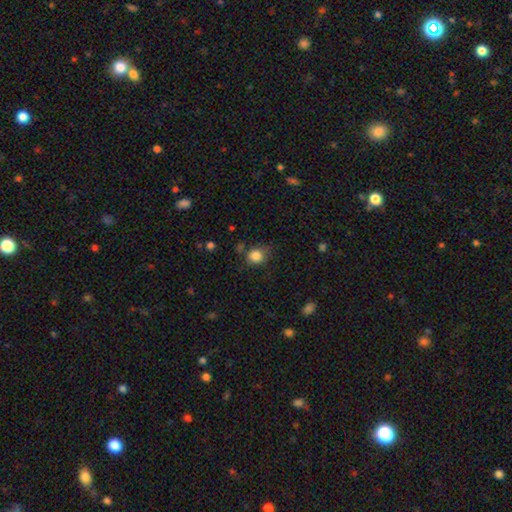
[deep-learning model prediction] Morphology: type=smooth (84%); roundness=round (78%); merging=none (65%).